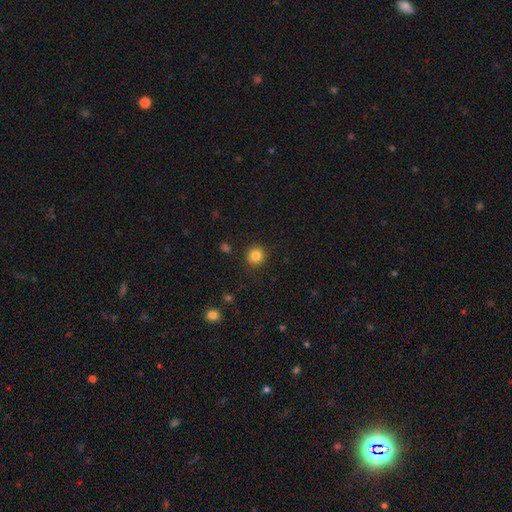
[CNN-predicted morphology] smooth_or_featured: smooth (p=0.84) [alt: star or artifact p=0.11]
how_rounded: round (p=0.92) [alt: in between p=0.07]
merging: none (p=0.90) [alt: minor disturbance p=0.07]